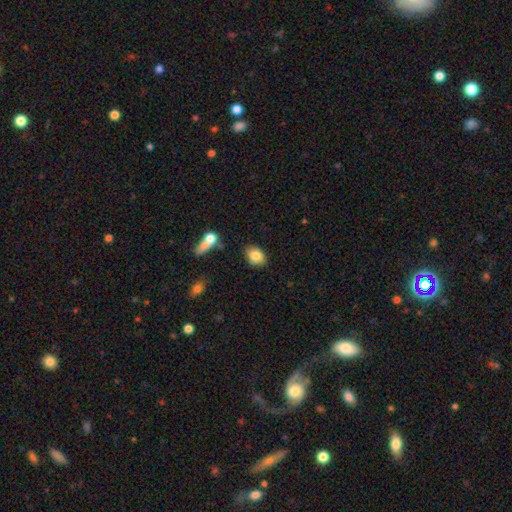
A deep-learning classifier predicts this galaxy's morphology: Smooth or featured? smooth (83%)
How rounded? in between (72%)
Merging? none (79%)